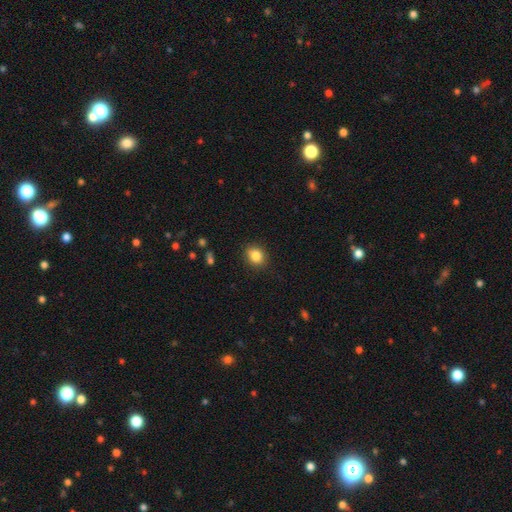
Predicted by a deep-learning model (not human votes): This appears to be a smooth galaxy with no disk features (84%) that is round (59%). Merging: none (85%).